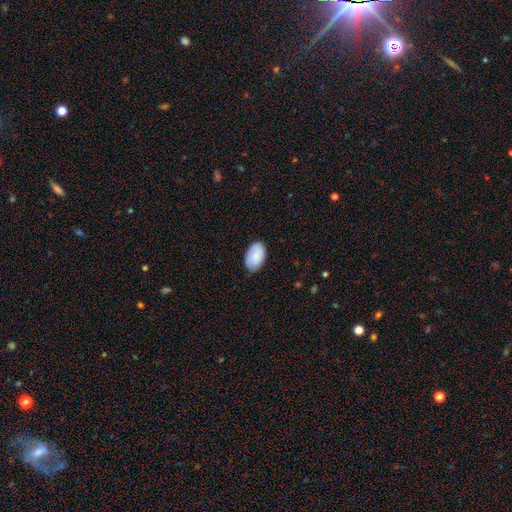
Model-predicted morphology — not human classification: type=smooth (83%); roundness=in between (93%); merging=none (80%).